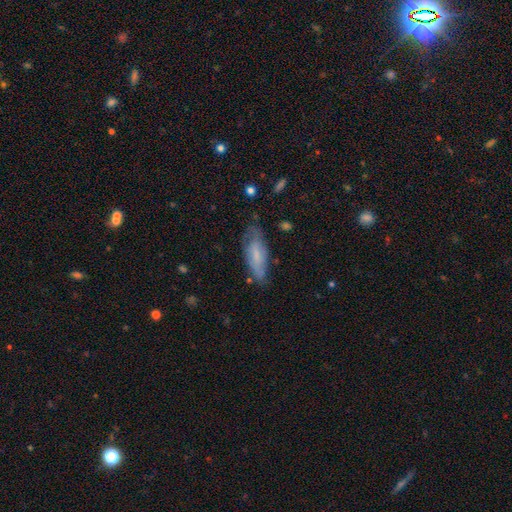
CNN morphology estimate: Smooth or featured? Predicted: smooth (p=0.52). How rounded? Predicted: in between (p=0.67). Merging? Predicted: none (p=0.64).